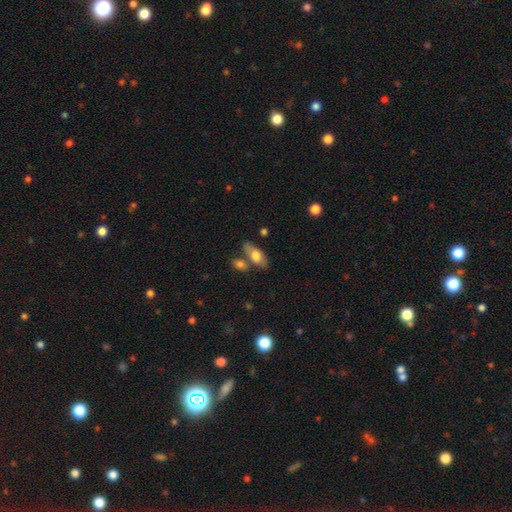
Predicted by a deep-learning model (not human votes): A smooth galaxy with no disk features (69%) that is in between round and cigar-shaped (82%).

Vote fractions:
- Smooth or featured? smooth: 69% / featured or disk: 25% / star or artifact: 6%
- How rounded? in between: 82% / cigar-shaped: 15% / round: 3%
- Merging? none: 63% / merger: 19% / minor disturbance: 14% / major disturbance: 4%